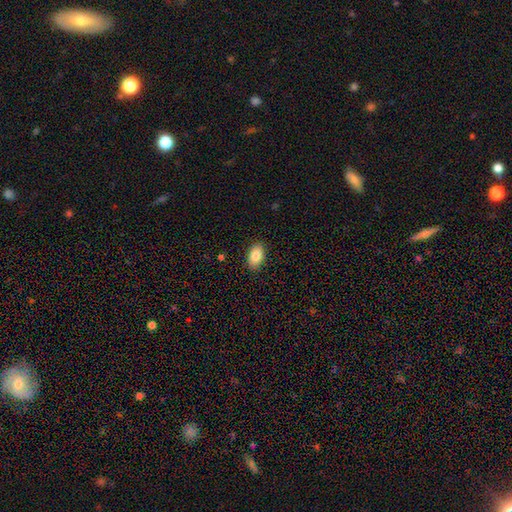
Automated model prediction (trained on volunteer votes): Smooth or featured?
  - smooth: 85% *
  - featured or disk: 7%
  - star or artifact: 7%
How rounded?
  - in between: 92% *
  - round: 6%
  - cigar-shaped: 2%
Merging?
  - none: 89% *
  - minor disturbance: 8%
  - major disturbance: 2%
  - merger: 1%